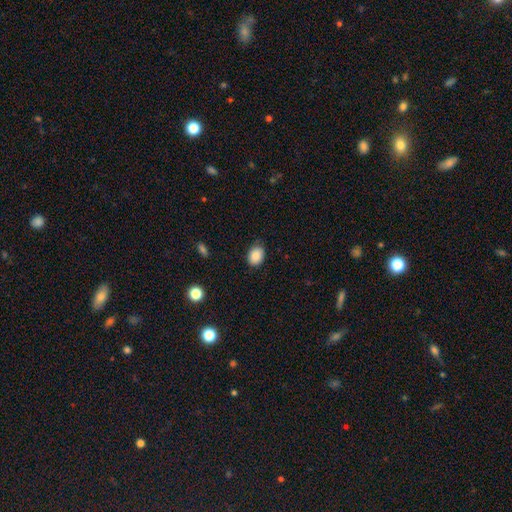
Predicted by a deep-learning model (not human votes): A smooth galaxy with no disk features (88%) that is in between round and cigar-shaped (66%). Merging: none (82%).